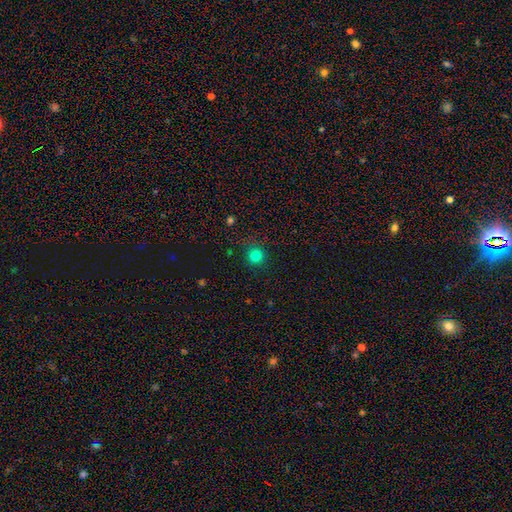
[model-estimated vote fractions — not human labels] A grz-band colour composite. It shows a smooth galaxy with no disk features (81%) that is round (94%). Merging: none (87%).